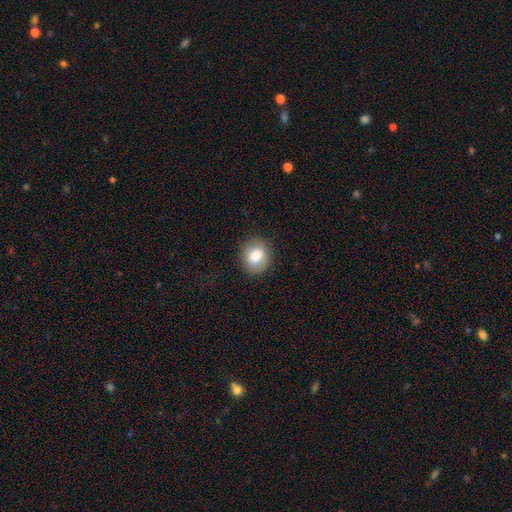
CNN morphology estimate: smooth-or-featured: smooth: 78% | featured or disk: 14% | star or artifact: 8%
  how-rounded: round: 66% | in between: 33% | cigar-shaped: 1%
  merging: none: 86% | minor disturbance: 10% | major disturbance: 3% | merger: 1%